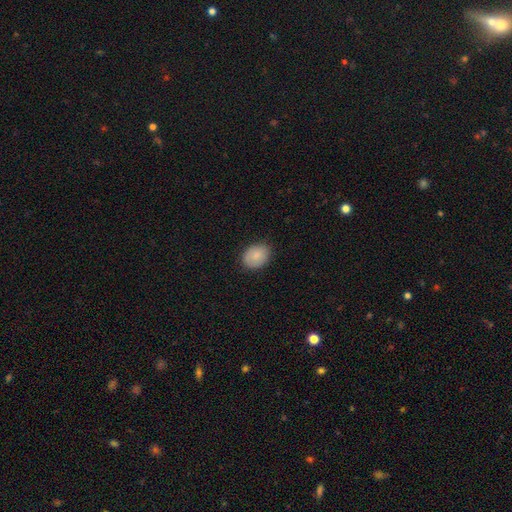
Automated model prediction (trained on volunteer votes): Morphology: type=smooth (85%); roundness=in between (60%); merging=none (82%).